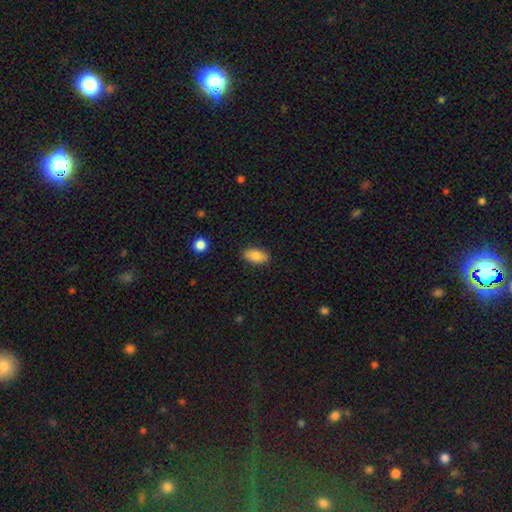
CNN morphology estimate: A smooth galaxy with no disk features (84%) that is in between round and cigar-shaped (91%).

Vote fractions:
- Smooth or featured? smooth: 84% / featured or disk: 8% / star or artifact: 8%
- How rounded? in between: 91% / round: 5% / cigar-shaped: 3%
- Merging? none: 87% / minor disturbance: 10% / major disturbance: 2% / merger: 1%